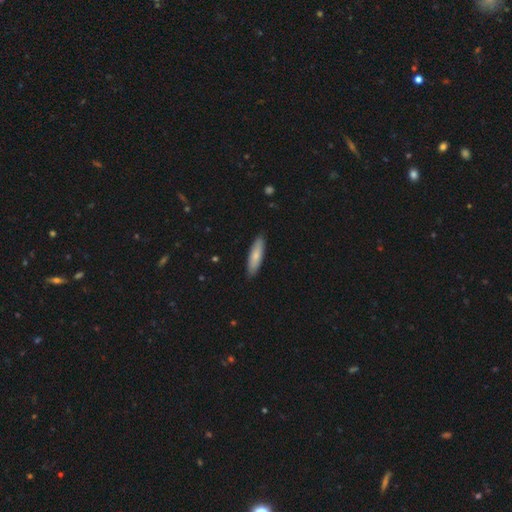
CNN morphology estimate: smooth 77%, featured or disk 17%, star or artifact 5%. Down the decision tree: how rounded — cigar-shaped (70%); merging — none (89%).